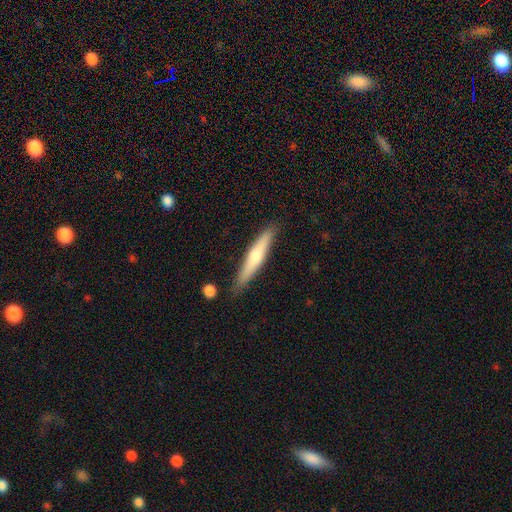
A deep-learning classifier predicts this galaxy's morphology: featured or disk 48%, smooth 46%, star or artifact 6%. Down the decision tree: merging — none (87%).